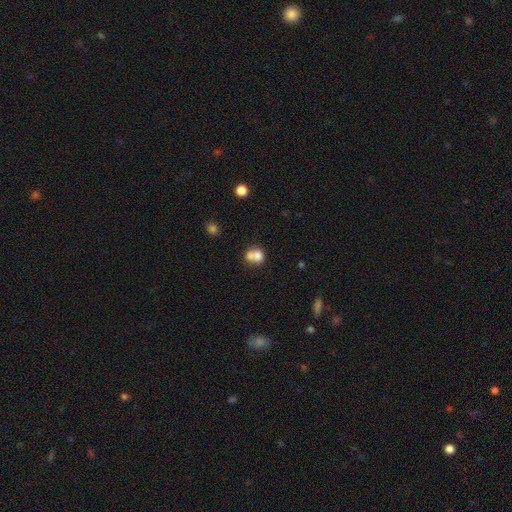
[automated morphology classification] smooth_or_featured: smooth (p=0.73) [alt: featured or disk p=0.16]
how_rounded: round (p=0.70) [alt: in between p=0.29]
merging: merger (p=0.59) [alt: none p=0.29]